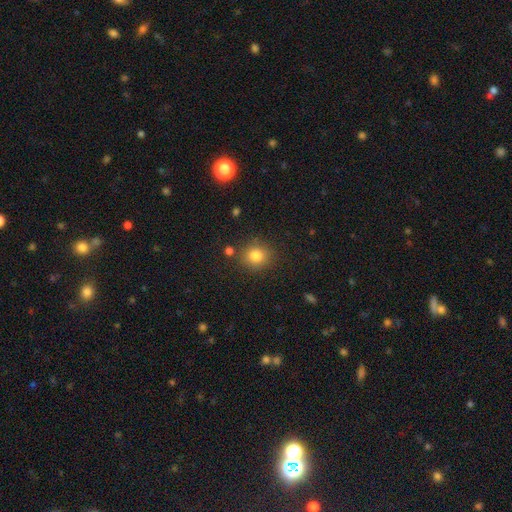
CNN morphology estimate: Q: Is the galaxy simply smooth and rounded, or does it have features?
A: smooth — 82%.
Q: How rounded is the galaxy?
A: round — 82%.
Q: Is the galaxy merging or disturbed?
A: none — 82%.